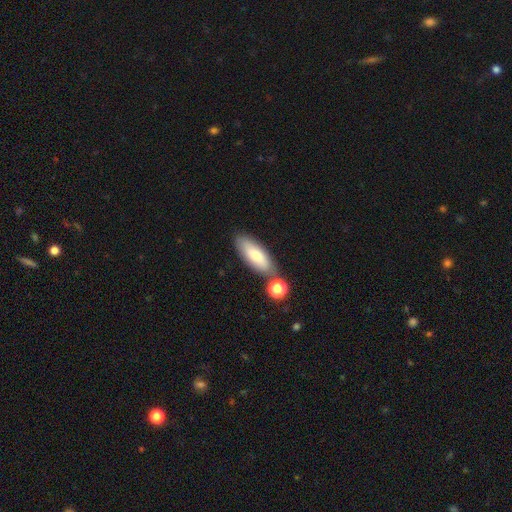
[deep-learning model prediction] Smooth or featured? Predicted: smooth (p=0.74). How rounded? Predicted: in between (p=0.66). Merging? Predicted: none (p=0.65).